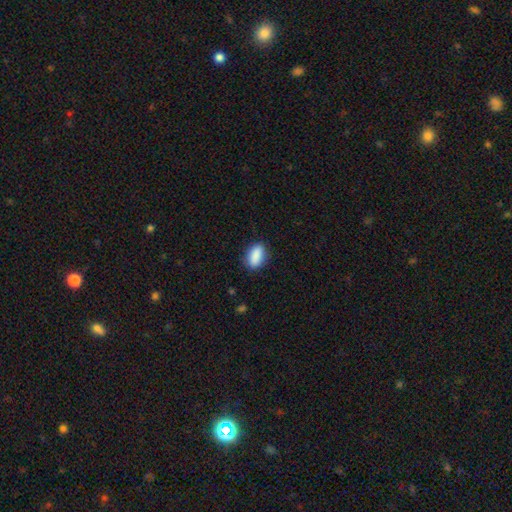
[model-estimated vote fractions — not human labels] A smooth galaxy with no disk features (89%) that is in between round and cigar-shaped (88%).

Vote fractions:
- Smooth or featured? smooth: 89% / star or artifact: 7% / featured or disk: 4%
- How rounded? in between: 88% / cigar-shaped: 6% / round: 5%
- Merging? none: 84% / minor disturbance: 12% / major disturbance: 3% / merger: 1%